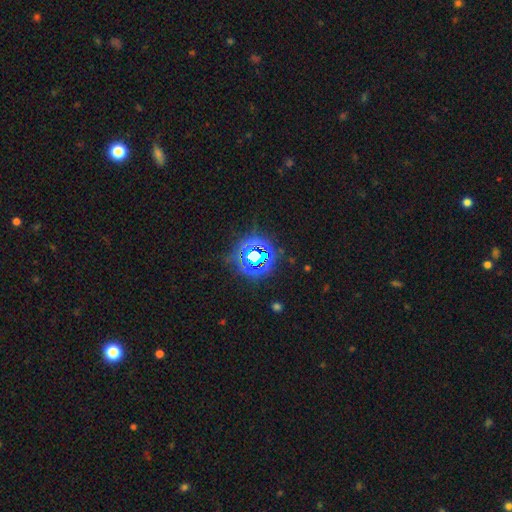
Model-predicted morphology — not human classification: Smooth or featured? Predicted: star or artifact (p=0.73).